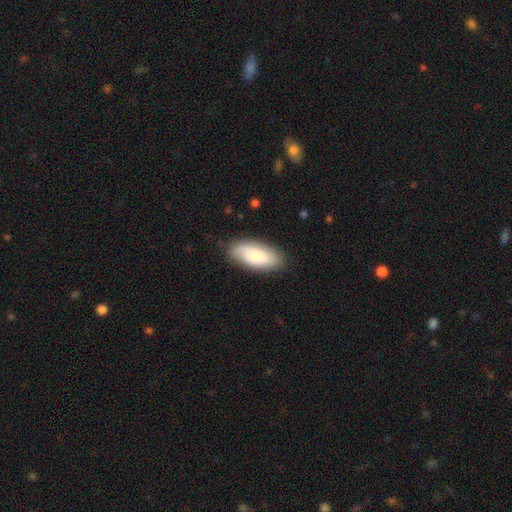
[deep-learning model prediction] The model was most divided on "smooth or featured": smooth: 71%, featured or disk: 23%, star or artifact: 6%. More confident: how rounded — in between (87%); merging — none (78%).